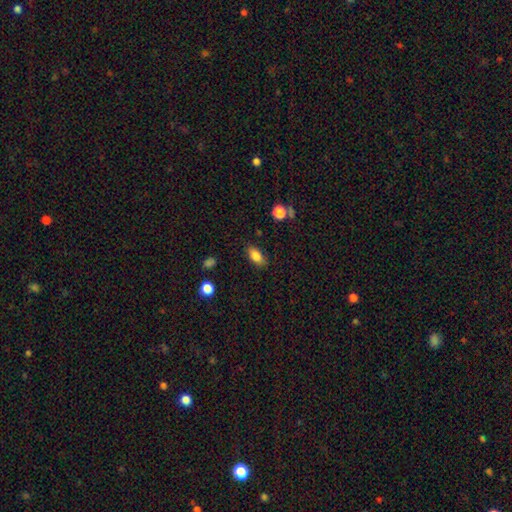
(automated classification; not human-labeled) Q: Smooth or featured?
A: smooth (84%); runner-up: star or artifact (9%)
Q: How rounded?
A: in between (88%); runner-up: cigar-shaped (7%)
Q: Merging?
A: none (83%); runner-up: minor disturbance (12%)